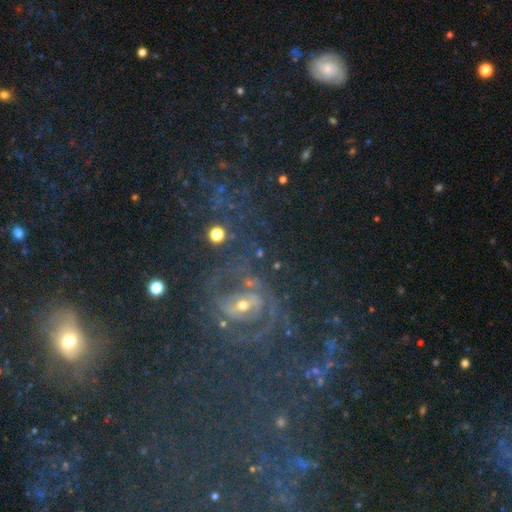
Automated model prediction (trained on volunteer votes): Morphology: type=featured or disk (47%); merging=none (53%).